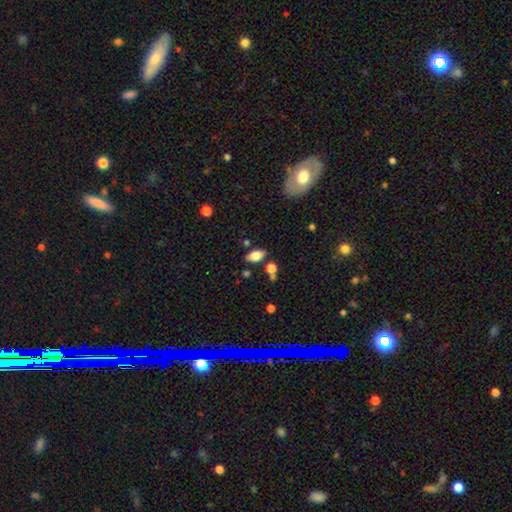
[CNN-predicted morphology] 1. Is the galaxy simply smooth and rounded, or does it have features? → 80% smooth, 11% featured or disk, 9% star or artifact.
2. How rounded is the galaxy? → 90% in between, 6% round, 3% cigar-shaped.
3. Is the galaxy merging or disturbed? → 79% none, 12% minor disturbance, 6% merger, 3% major disturbance.